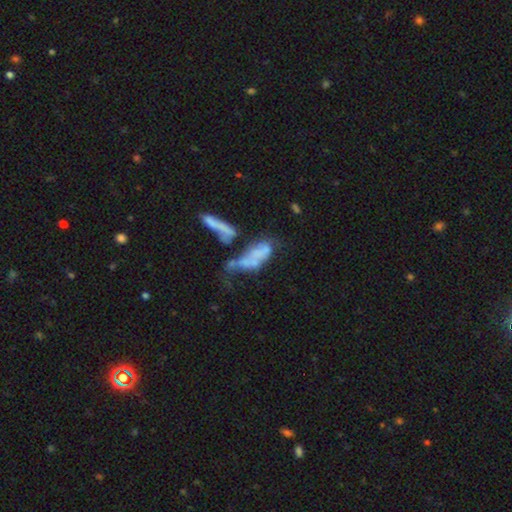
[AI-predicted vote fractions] The model was most divided on "smooth or featured": featured or disk: 47%, smooth: 40%, star or artifact: 13%. Remaining: merging — merger (49%).